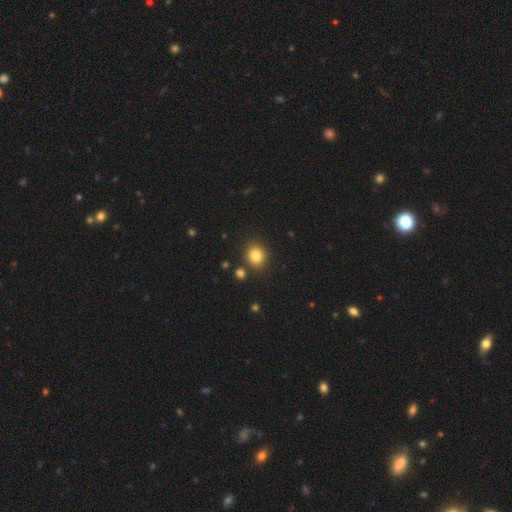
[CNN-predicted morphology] This is clearly a smooth galaxy (83%). How rounded: likely round (72%). Merging: clearly none (84%).